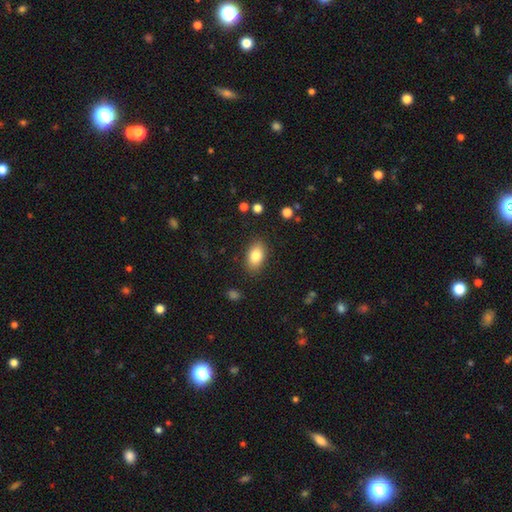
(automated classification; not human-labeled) smooth 82%, featured or disk 10%, star or artifact 8%. Down the decision tree: how rounded — in between (89%); merging — none (87%).